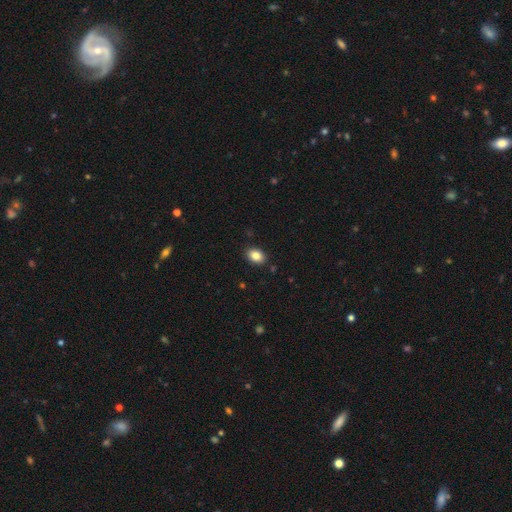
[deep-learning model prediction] smooth-or-featured: smooth: 86% | star or artifact: 9% | featured or disk: 6%
  how-rounded: in between: 80% | round: 18% | cigar-shaped: 1%
  merging: none: 88% | minor disturbance: 8% | major disturbance: 2% | merger: 1%